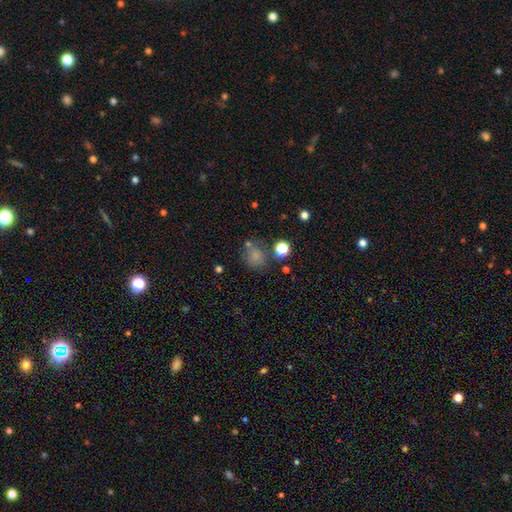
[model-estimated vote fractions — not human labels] This appears to be a smooth galaxy with no disk features (72%) that is round (68%). Merging: none (58%).